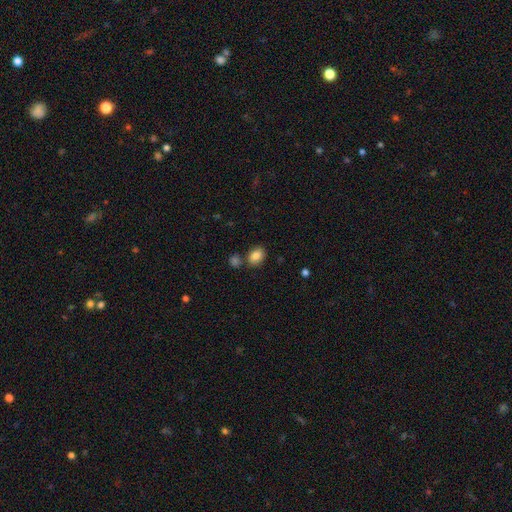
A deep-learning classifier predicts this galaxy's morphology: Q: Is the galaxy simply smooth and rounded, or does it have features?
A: smooth — 84%.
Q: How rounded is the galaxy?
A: in between — 68%.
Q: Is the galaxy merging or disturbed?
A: none — 74%.